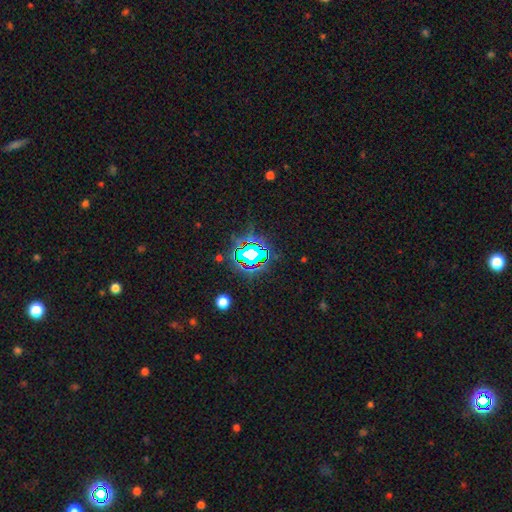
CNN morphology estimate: This is likely a star or artifact rather than a galaxy (77%).